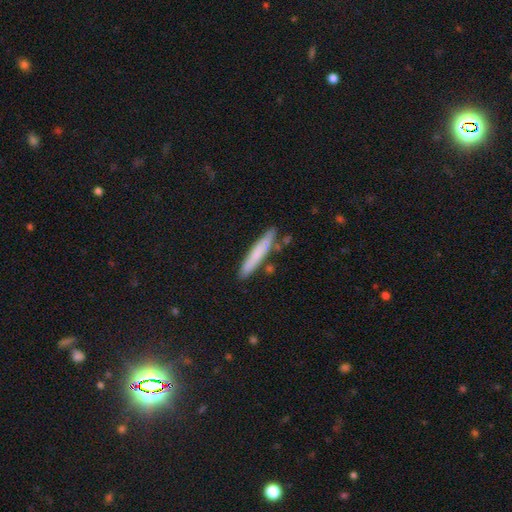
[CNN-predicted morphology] smooth-or-featured: smooth: 71% | featured or disk: 23% | star or artifact: 6%
  how-rounded: cigar-shaped: 92% | in between: 6% | round: 1%
  merging: none: 78% | minor disturbance: 14% | merger: 6% | major disturbance: 3%